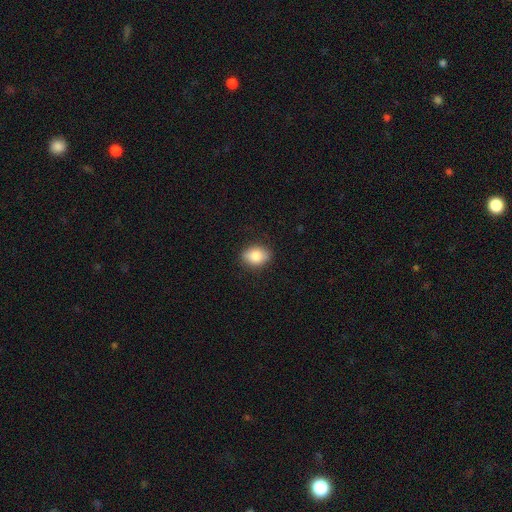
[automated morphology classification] Overall: smooth (84%). How rounded: in between (69%; round 30%). Merging: none (85%).